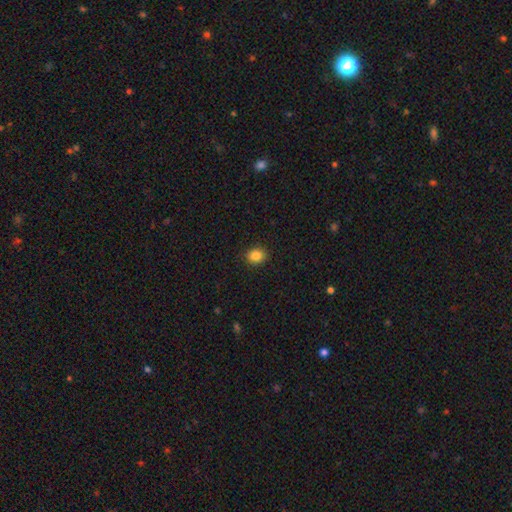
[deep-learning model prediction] This appears to be a smooth galaxy with no disk features (85%) that is round (66%). Merging: none (91%).